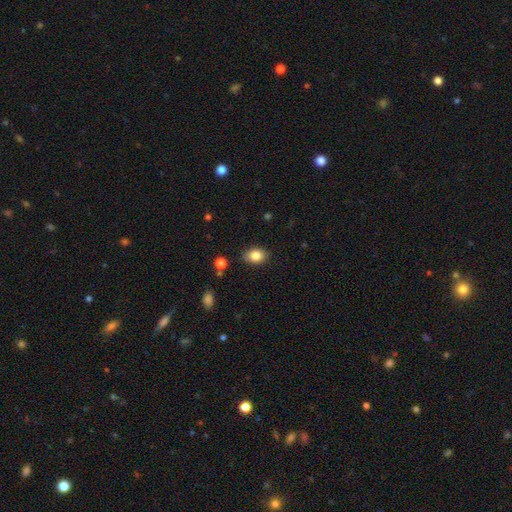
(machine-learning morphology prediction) Smooth or featured: smooth — 84% (star or artifact — 9%)
How rounded: in between — 73% (round — 25%)
Merging: none — 85% (minor disturbance — 11%)